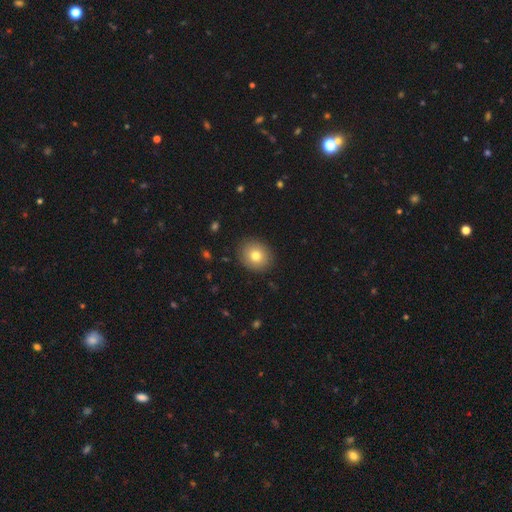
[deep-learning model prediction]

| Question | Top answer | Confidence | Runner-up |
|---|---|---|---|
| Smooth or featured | smooth | 77% | featured or disk (14%) |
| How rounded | round | 80% | in between (19%) |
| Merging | none | 88% | minor disturbance (8%) |